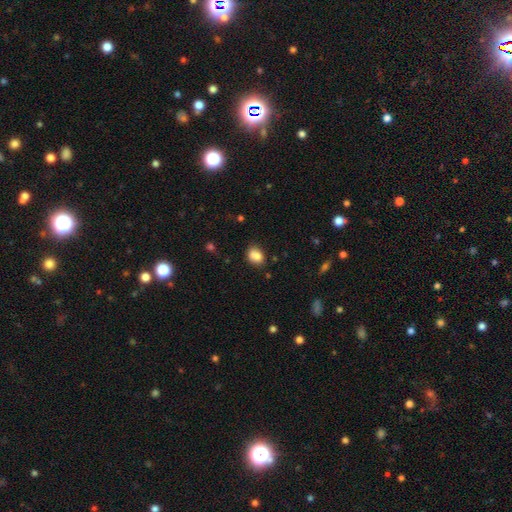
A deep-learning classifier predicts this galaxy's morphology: type=smooth (83%); roundness=in between (61%); merging=none (67%).